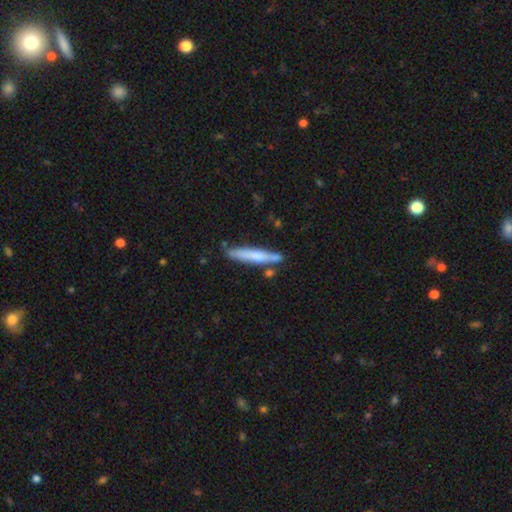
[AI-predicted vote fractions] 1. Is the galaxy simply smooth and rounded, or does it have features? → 59% smooth, 36% featured or disk, 6% star or artifact.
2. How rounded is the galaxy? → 93% cigar-shaped, 6% in between, 1% round.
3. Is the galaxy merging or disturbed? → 76% none, 14% minor disturbance, 7% merger, 3% major disturbance.